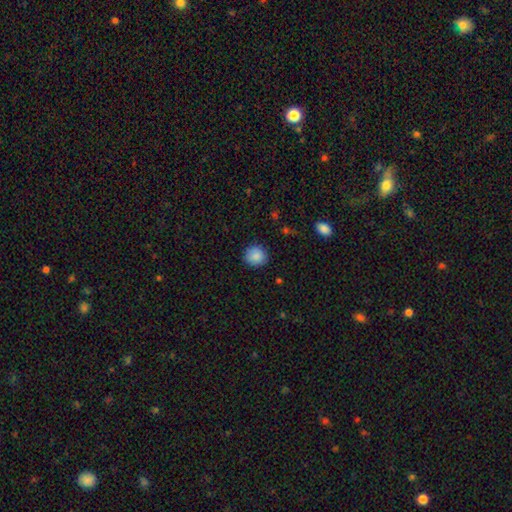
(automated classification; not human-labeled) A smooth galaxy with no disk features (88%) that is round (90%). Merging: none (89%).